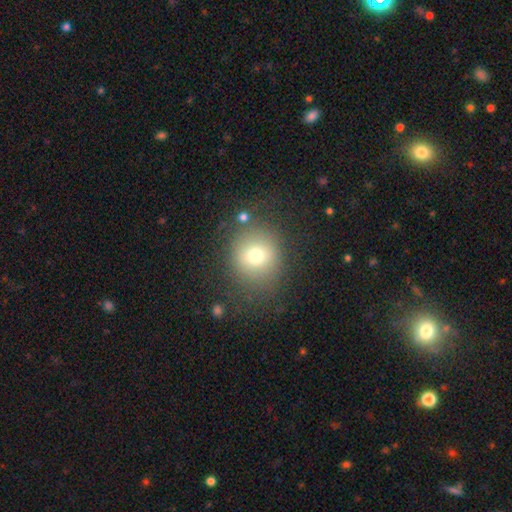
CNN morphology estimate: This is likely a smooth galaxy (71%). How rounded: clearly round (85%). Merging: likely none (76%).